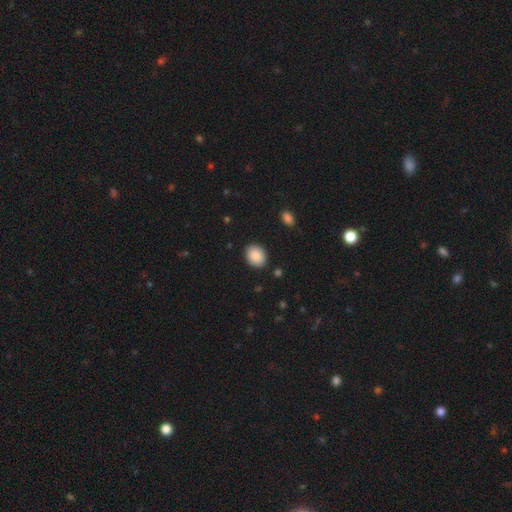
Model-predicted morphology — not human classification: type=smooth (88%); roundness=in between (59%); merging=none (89%).